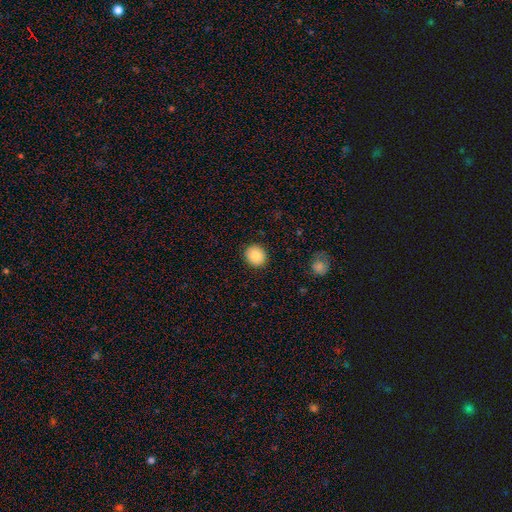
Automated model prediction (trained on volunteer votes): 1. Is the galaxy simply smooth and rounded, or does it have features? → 87% smooth, 8% star or artifact, 5% featured or disk.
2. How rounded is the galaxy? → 82% round, 17% in between, 1% cigar-shaped.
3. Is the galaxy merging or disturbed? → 90% none, 7% minor disturbance, 2% major disturbance, 1% merger.